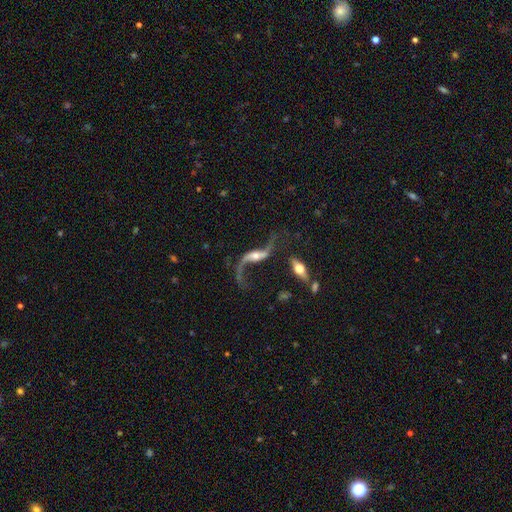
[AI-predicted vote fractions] Morphology: type=featured or disk (88%); edge-on=no (88%); bar=no (38%); spiral arms=yes (94%); winding=loose (95%); arm count=2 (89%); bulge=moderate (47%); merging=none (56%).